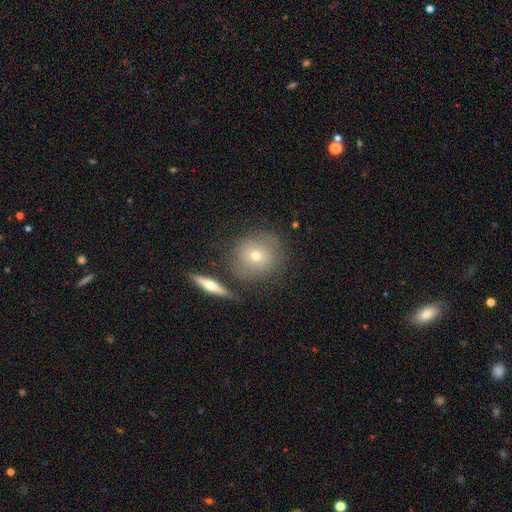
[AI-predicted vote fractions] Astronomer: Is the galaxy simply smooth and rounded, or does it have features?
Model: smooth — 65%.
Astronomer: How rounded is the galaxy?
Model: round — 86%.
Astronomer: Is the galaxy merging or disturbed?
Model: none — 75%.